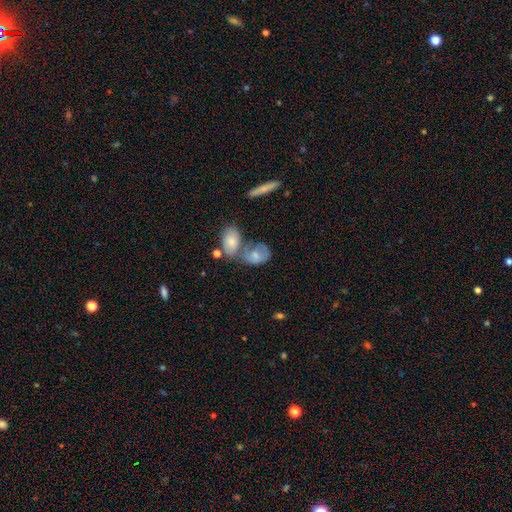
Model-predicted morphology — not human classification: A smooth galaxy with no disk features (63%) that is in between round and cigar-shaped (80%).

Vote fractions:
- Smooth or featured? smooth: 63% / featured or disk: 29% / star or artifact: 8%
- How rounded? in between: 80% / round: 17% / cigar-shaped: 3%
- Merging? merger: 50% / none: 25% / minor disturbance: 15% / major disturbance: 10%